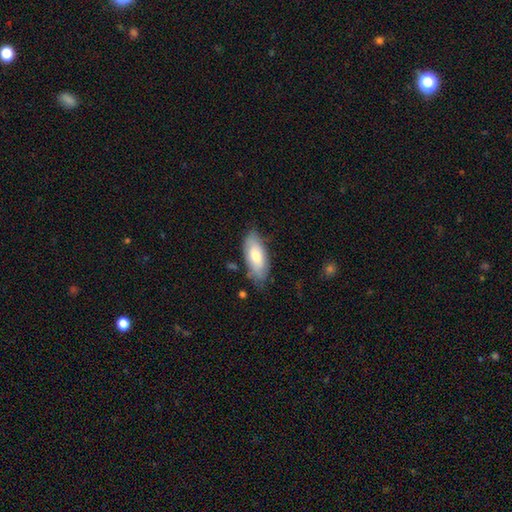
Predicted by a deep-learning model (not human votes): Q: Smooth or featured?
A: smooth (68%); runner-up: featured or disk (25%)
Q: How rounded?
A: in between (83%); runner-up: cigar-shaped (15%)
Q: Merging?
A: none (75%); runner-up: minor disturbance (19%)